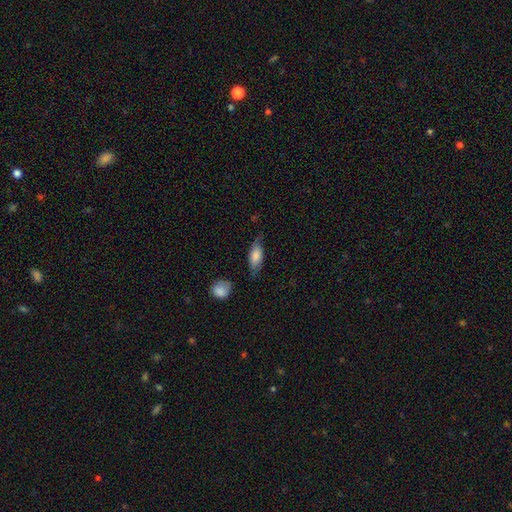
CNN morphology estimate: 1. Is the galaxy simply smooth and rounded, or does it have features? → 74% smooth, 19% featured or disk, 6% star or artifact.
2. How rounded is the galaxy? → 80% in between, 17% cigar-shaped, 3% round.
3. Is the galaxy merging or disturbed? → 62% none, 28% minor disturbance, 7% major disturbance, 4% merger.